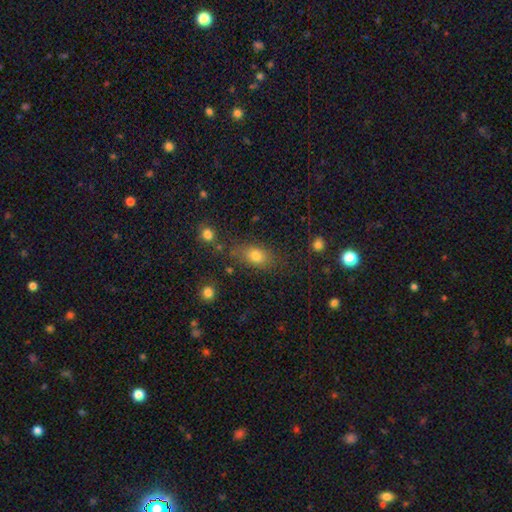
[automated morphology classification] type=smooth (76%); roundness=in between (74%); merging=none (71%).